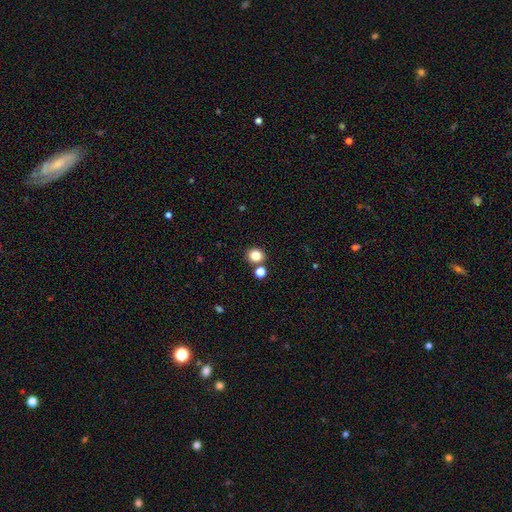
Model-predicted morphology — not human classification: A smooth galaxy with no disk features (83%) that is round (82%). Merging: none (78%).